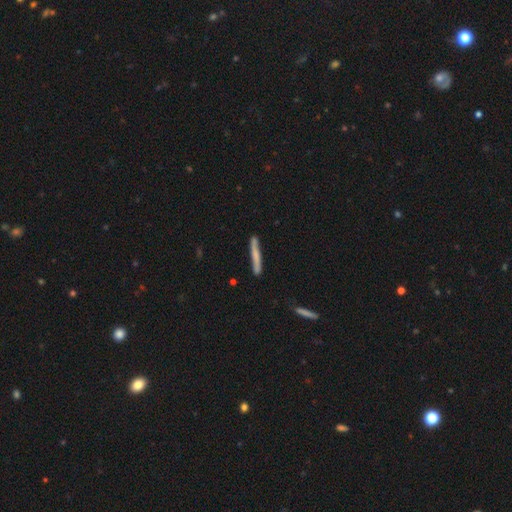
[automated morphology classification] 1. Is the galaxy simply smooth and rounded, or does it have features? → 57% smooth, 37% featured or disk, 6% star or artifact.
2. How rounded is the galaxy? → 96% cigar-shaped, 3% in between, 1% round.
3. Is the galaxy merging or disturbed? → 82% none, 13% minor disturbance, 2% merger, 2% major disturbance.